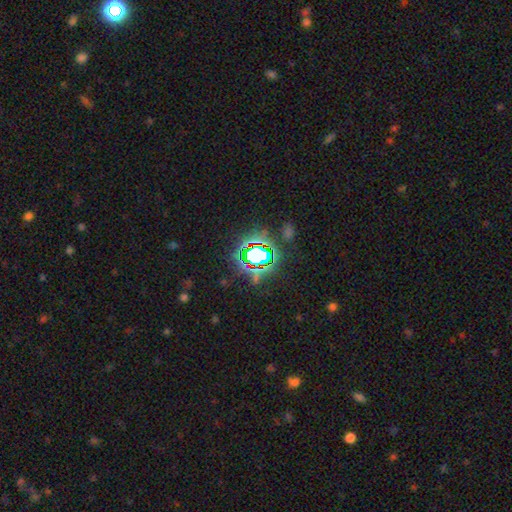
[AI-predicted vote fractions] smooth_or_featured: star or artifact (p=0.74) [alt: smooth p=0.15]